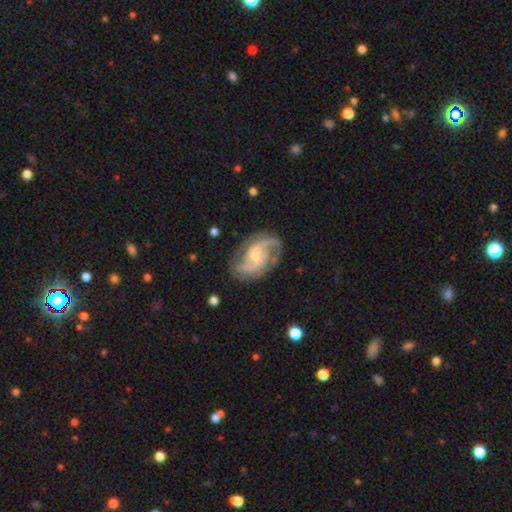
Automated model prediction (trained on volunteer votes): Overall: featured or disk (88%). Edge-on disk: no (97%). Bar: weak (45%; no 42%). Spiral arms: yes (96%). Spiral arm count: 2 (83%). Spiral winding: medium (53%; tight 27%). Bulge size: small (50%; moderate 41%). Merging: none (75%).